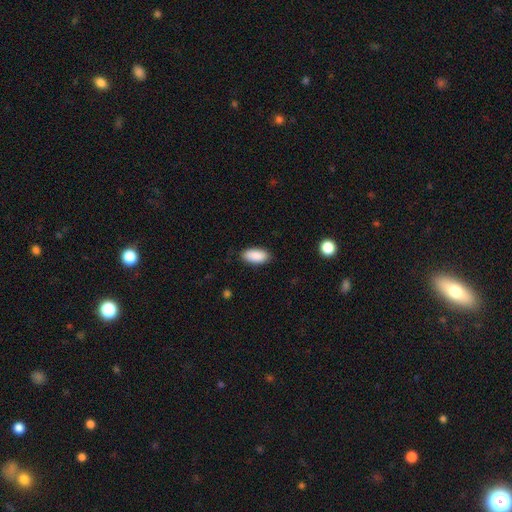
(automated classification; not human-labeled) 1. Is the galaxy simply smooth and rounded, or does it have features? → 90% smooth, 6% star or artifact, 3% featured or disk.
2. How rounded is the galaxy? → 92% in between, 6% cigar-shaped, 2% round.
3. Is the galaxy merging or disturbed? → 87% none, 10% minor disturbance, 2% major disturbance, 1% merger.